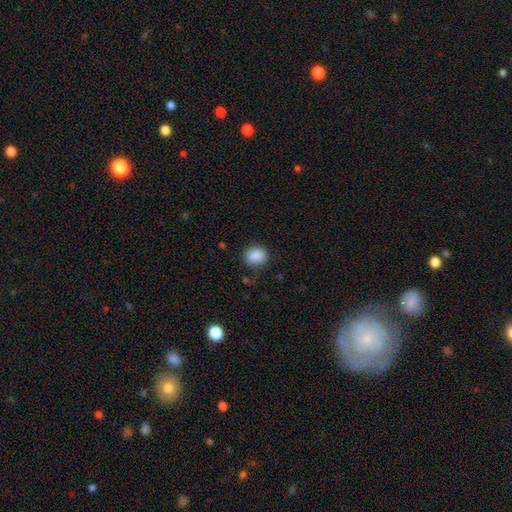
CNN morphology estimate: type=smooth (88%); roundness=round (62%); merging=none (80%).